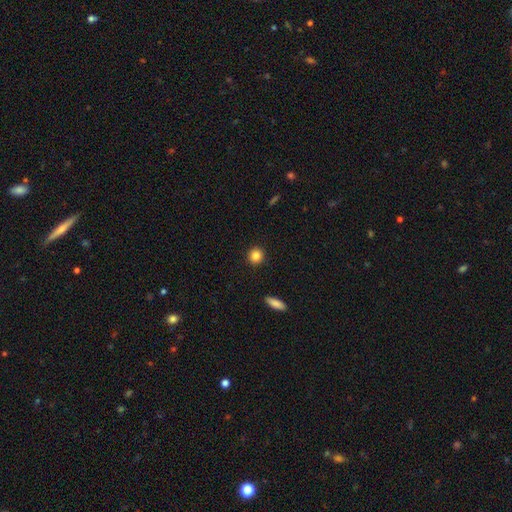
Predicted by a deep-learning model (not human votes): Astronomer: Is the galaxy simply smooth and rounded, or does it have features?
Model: smooth — 84%.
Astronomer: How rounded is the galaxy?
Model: round — 90%.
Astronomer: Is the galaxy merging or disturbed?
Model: none — 92%.